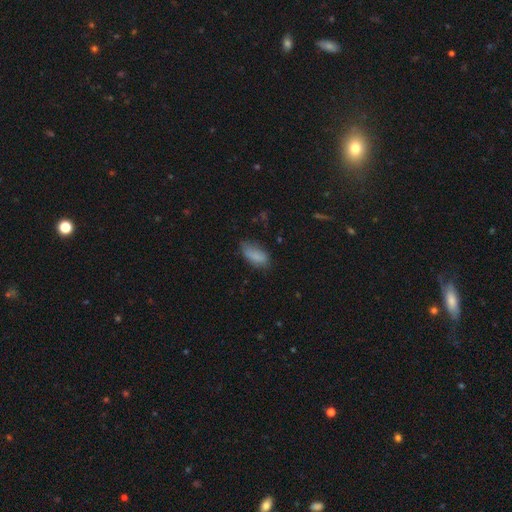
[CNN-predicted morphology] This is clearly a smooth galaxy (83%). How rounded: clearly in between (87%). Merging: possibly none (58%).